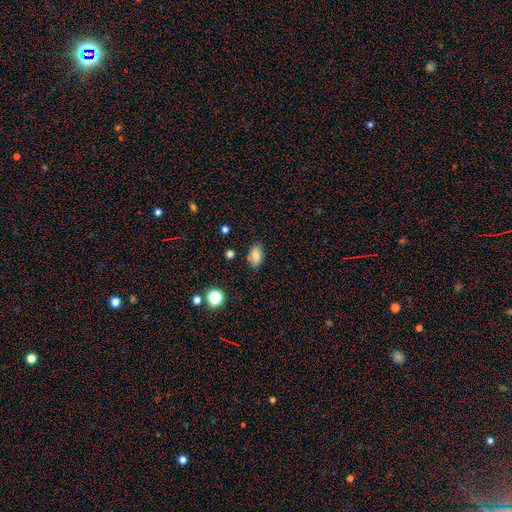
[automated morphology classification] smooth_or_featured: smooth (p=0.76) [alt: featured or disk p=0.13]
how_rounded: in between (p=0.87) [alt: round p=0.09]
merging: none (p=0.78) [alt: minor disturbance p=0.15]